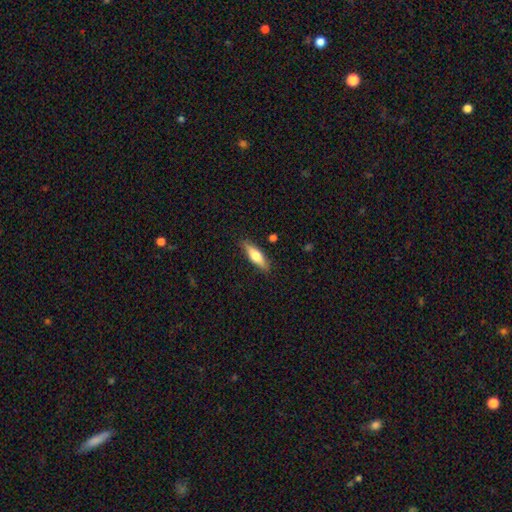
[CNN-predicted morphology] Smooth or featured?
  - smooth: 62% *
  - featured or disk: 32%
  - star or artifact: 6%
How rounded?
  - cigar-shaped: 53% *
  - in between: 45%
  - round: 2%
Merging?
  - none: 85% *
  - minor disturbance: 11%
  - major disturbance: 2%
  - merger: 2%